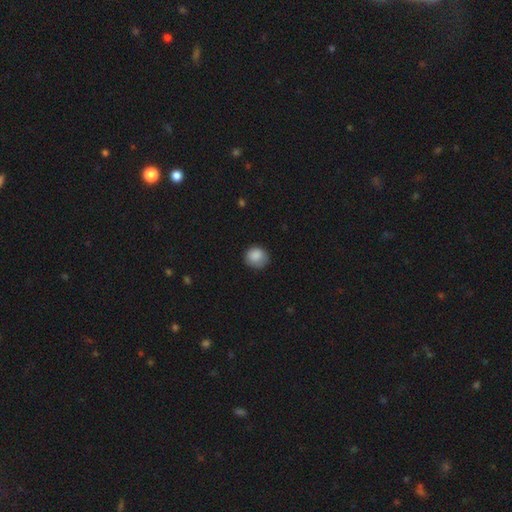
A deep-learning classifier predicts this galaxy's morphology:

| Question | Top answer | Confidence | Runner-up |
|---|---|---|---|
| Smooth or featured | smooth | 87% | star or artifact (8%) |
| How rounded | round | 86% | in between (13%) |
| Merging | none | 77% | minor disturbance (18%) |